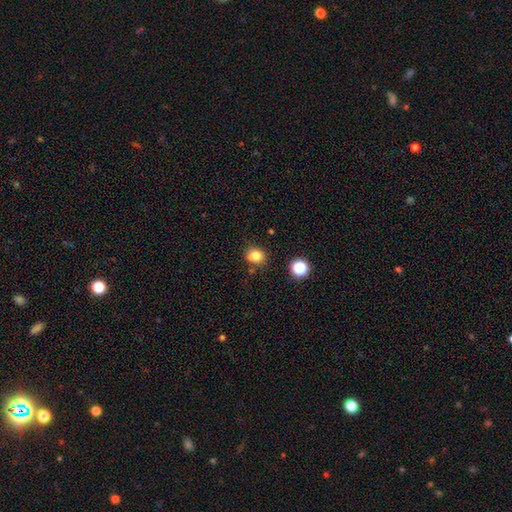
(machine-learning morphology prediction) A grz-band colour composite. It shows a smooth galaxy with no disk features (79%) that is round (66%). Merging: none (71%).